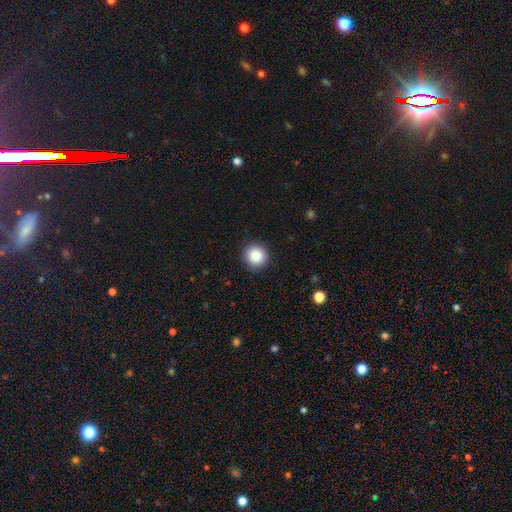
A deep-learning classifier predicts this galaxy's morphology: type=smooth (87%); roundness=round (94%); merging=none (92%).